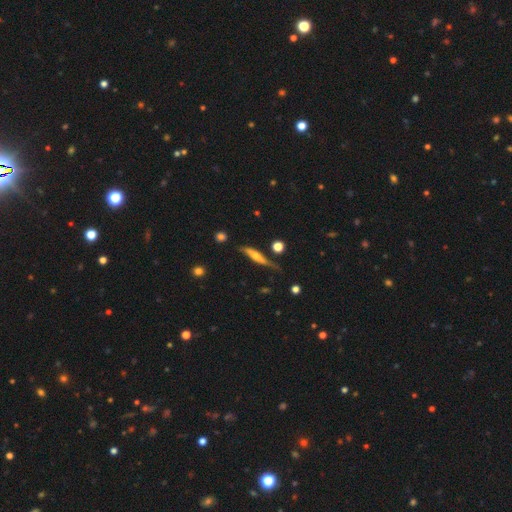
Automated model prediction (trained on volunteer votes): featured or disk 60%, smooth 33%, star or artifact 7%. Down the decision tree: edge-on disk — yes (86%); edge-on bulge — rounded (81%); merging — none (59%).